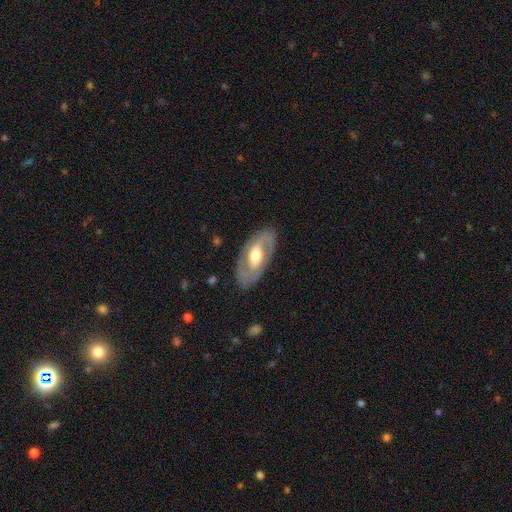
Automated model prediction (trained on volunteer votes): Smooth or featured?
  - featured or disk: 73% *
  - smooth: 23%
  - star or artifact: 5%
Edge-on disk?
  - no: 91% *
  - yes: 9%
Bar?
  - no: 44% *
  - weak: 35%
  - strong: 21%
Spiral arms?
  - yes: 67% *
  - no: 33%
Bulge size?
  - moderate: 67% *
  - large: 18%
  - small: 12%
  - dominant: 1%
  - none: 1%
Merging?
  - none: 82% *
  - minor disturbance: 12%
  - major disturbance: 5%
  - merger: 1%